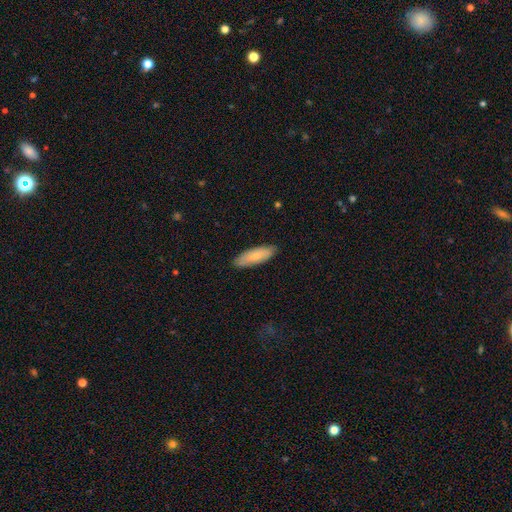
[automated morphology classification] A smooth galaxy with no disk features (76%) that is in between round and cigar-shaped (57%).

Vote fractions:
- Smooth or featured? smooth: 76% / featured or disk: 19% / star or artifact: 5%
- How rounded? in between: 57% / cigar-shaped: 41% / round: 2%
- Merging? none: 87% / minor disturbance: 11% / major disturbance: 2% / merger: 1%